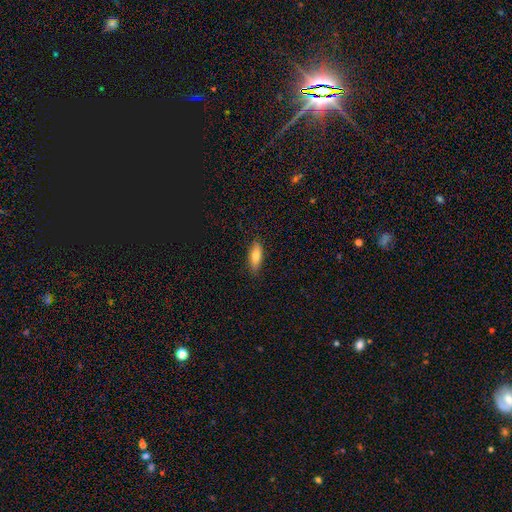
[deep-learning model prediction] A smooth galaxy with no disk features (78%) that is in between round and cigar-shaped (66%). Merging: none (84%).